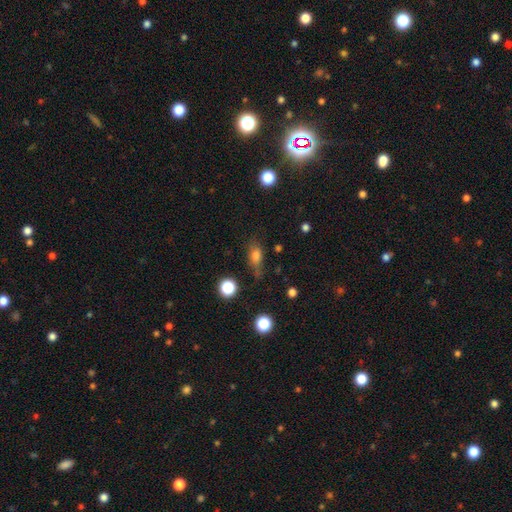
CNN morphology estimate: This appears to be a smooth galaxy with no disk features (72%) that is in between round and cigar-shaped (70%). Merging: none (67%).